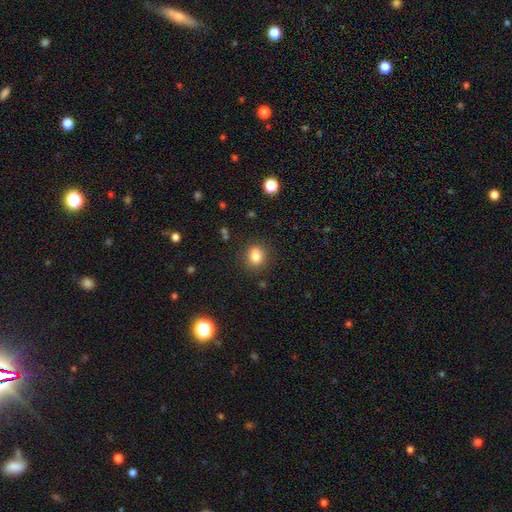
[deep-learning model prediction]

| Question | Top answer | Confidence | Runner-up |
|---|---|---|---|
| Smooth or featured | smooth | 81% | star or artifact (11%) |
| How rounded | round | 52% | in between (46%) |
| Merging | none | 75% | minor disturbance (13%) |